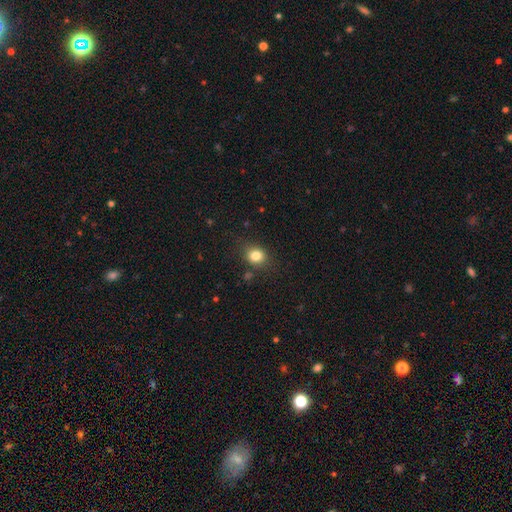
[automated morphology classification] The model was most divided on "how rounded": round: 64%, in between: 35%, cigar-shaped: 1%. More confident: merging — none (81%); smooth or featured — smooth (81%).